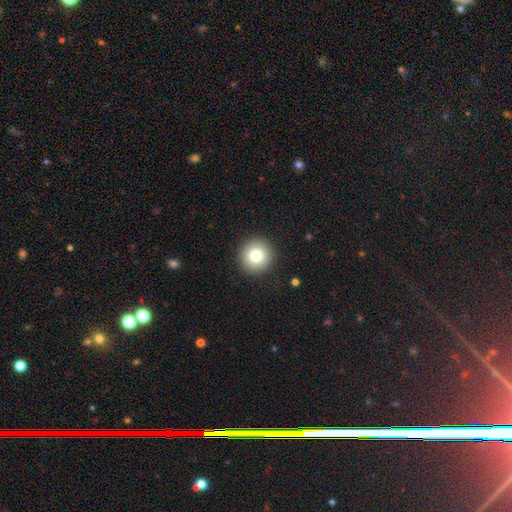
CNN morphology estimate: smooth 79%, star or artifact 11%, featured or disk 11%. Down the decision tree: how rounded — round (95%); merging — none (92%).